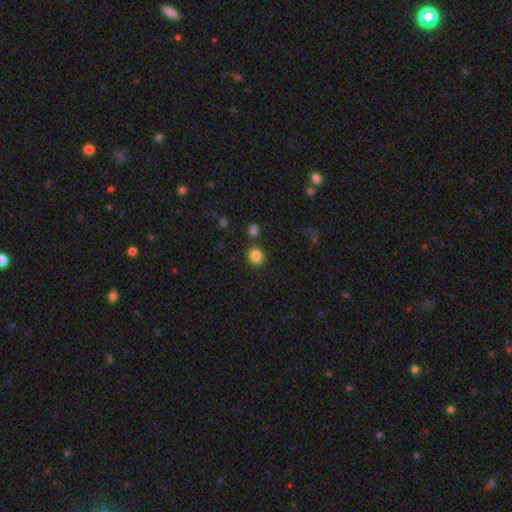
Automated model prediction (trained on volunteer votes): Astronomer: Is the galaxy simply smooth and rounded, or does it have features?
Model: smooth — 84%.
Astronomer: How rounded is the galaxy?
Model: round — 82%.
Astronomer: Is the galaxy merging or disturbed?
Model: none — 83%.